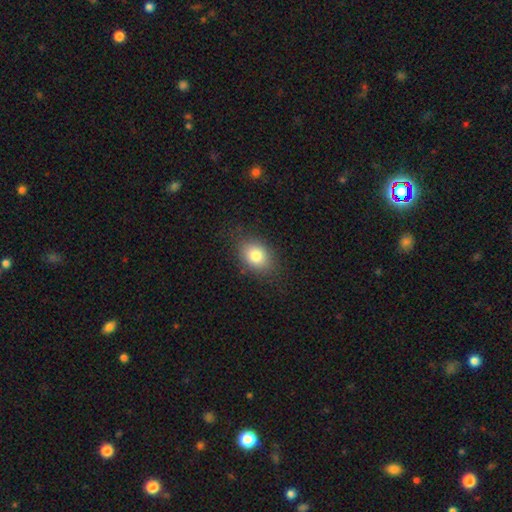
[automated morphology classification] smooth-or-featured: smooth: 81% | featured or disk: 10% | star or artifact: 9%
  how-rounded: in between: 67% | round: 31% | cigar-shaped: 1%
  merging: none: 82% | minor disturbance: 13% | major disturbance: 4% | merger: 1%